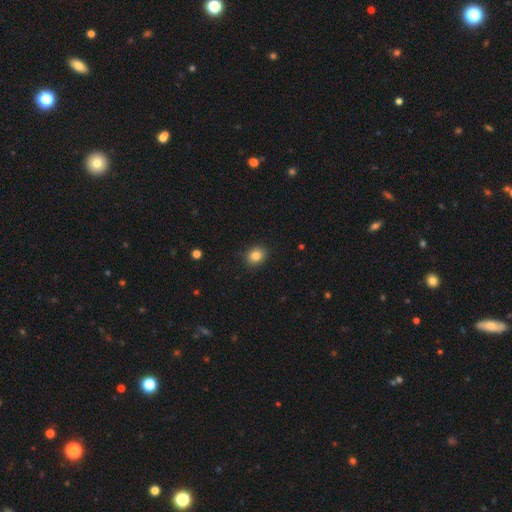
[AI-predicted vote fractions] The model was most divided on "how rounded": round: 61%, in between: 38%, cigar-shaped: 1%. More confident: merging — none (89%); smooth or featured — smooth (84%).